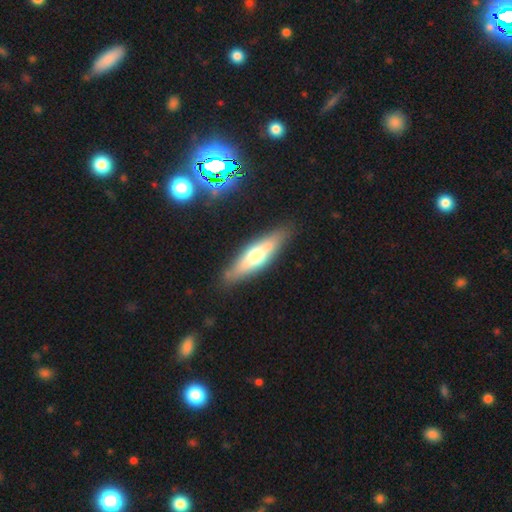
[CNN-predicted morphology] This is possibly a smooth galaxy (51%). How rounded: likely cigar-shaped (60%). Merging: clearly none (84%).